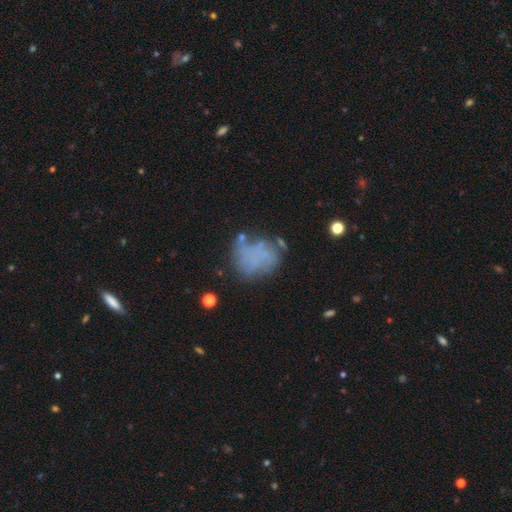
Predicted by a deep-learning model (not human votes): smooth_or_featured: smooth (p=0.48) [alt: featured or disk p=0.38]
merging: none (p=0.48) [alt: minor disturbance p=0.24]